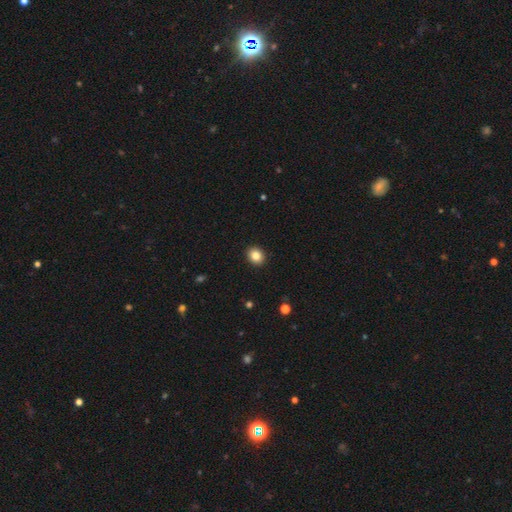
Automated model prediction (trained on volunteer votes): Smooth or featured? Predicted: smooth (p=0.83). How rounded? Predicted: round (p=0.70). Merging? Predicted: none (p=0.92).